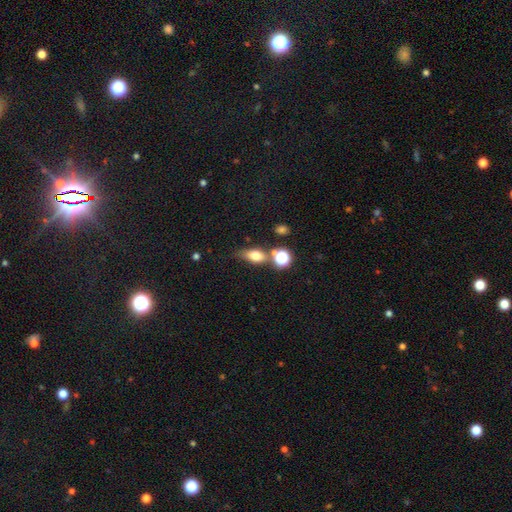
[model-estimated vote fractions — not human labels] Smooth or featured? Predicted: smooth (p=0.71). How rounded? Predicted: in between (p=0.69). Merging? Predicted: none (p=0.53).